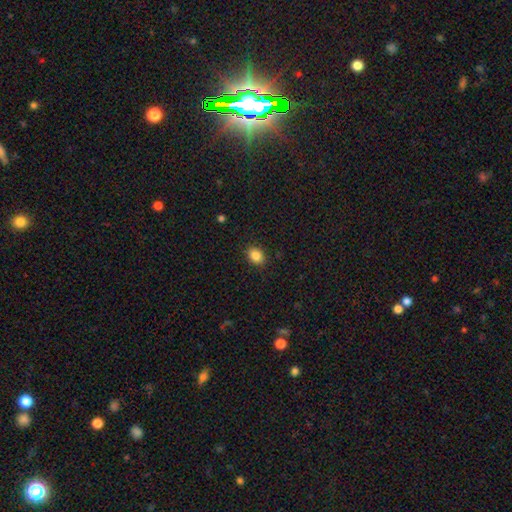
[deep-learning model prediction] A smooth galaxy with no disk features (85%) that is in between round and cigar-shaped (58%). Merging: none (88%).